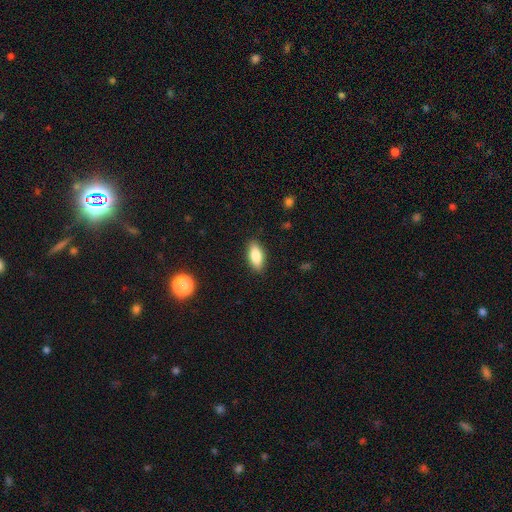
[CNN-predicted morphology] smooth_or_featured: smooth (p=0.85) [alt: featured or disk p=0.08]
how_rounded: in between (p=0.84) [alt: cigar-shaped p=0.13]
merging: none (p=0.88) [alt: minor disturbance p=0.09]